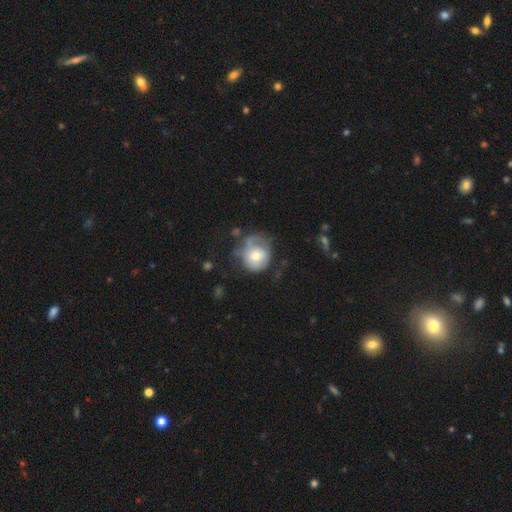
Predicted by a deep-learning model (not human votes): Morphology: type=smooth (53%); roundness=round (78%); merging=none (37%).